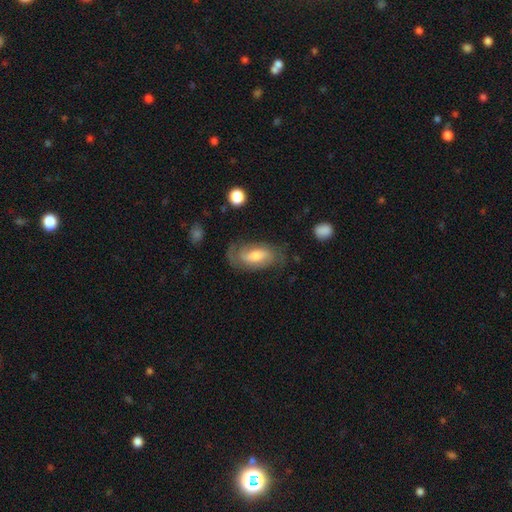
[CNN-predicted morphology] smooth_or_featured: featured or disk (p=0.65) [alt: smooth p=0.29]
disk_edge_on: no (p=0.93) [alt: yes p=0.07]
bar: weak (p=0.42) [alt: no p=0.41]
has_spiral_arms: yes (p=0.89) [alt: no p=0.11]
spiral_winding: medium (p=0.43) [alt: tight p=0.35]
spiral_arm_count: 2 (p=0.68) [alt: can't tell p=0.17]
bulge_size: moderate (p=0.57) [alt: small p=0.29]
merging: none (p=0.66) [alt: minor disturbance p=0.20]